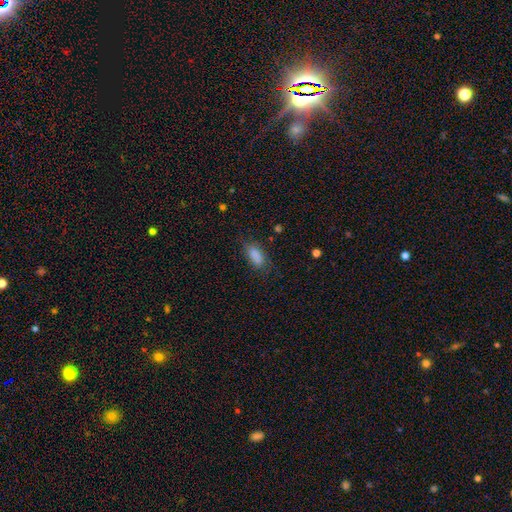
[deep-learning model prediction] Smooth or featured?
  - smooth: 83% *
  - star or artifact: 9%
  - featured or disk: 8%
How rounded?
  - in between: 85% *
  - cigar-shaped: 11%
  - round: 4%
Merging?
  - none: 68% *
  - minor disturbance: 22%
  - major disturbance: 8%
  - merger: 2%